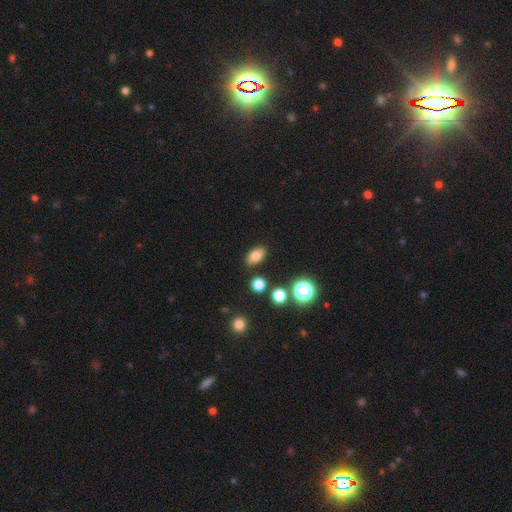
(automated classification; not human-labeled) Smooth or featured?
  - smooth: 79% *
  - star or artifact: 12%
  - featured or disk: 8%
How rounded?
  - in between: 86% *
  - round: 11%
  - cigar-shaped: 3%
Merging?
  - none: 85% *
  - minor disturbance: 10%
  - merger: 3%
  - major disturbance: 2%